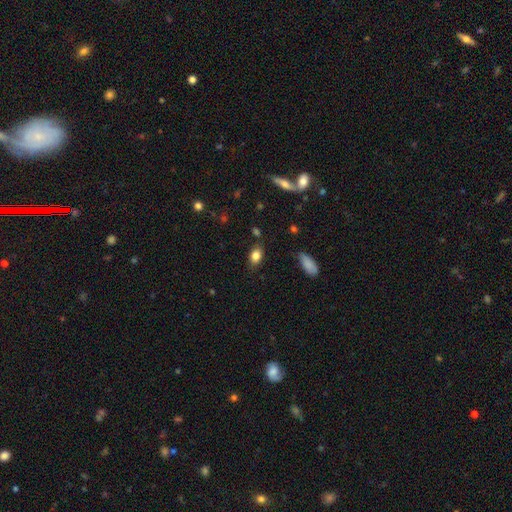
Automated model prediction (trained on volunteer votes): Smooth or featured? Predicted: smooth (p=0.83). How rounded? Predicted: in between (p=0.80). Merging? Predicted: none (p=0.80).